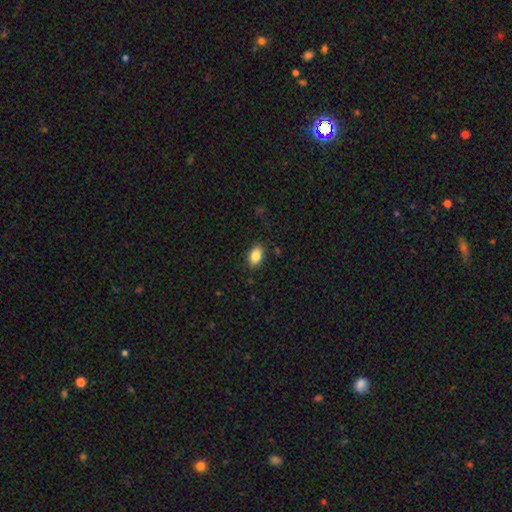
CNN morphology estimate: A smooth galaxy with no disk features (85%) that is in between round and cigar-shaped (89%). Merging: none (87%).